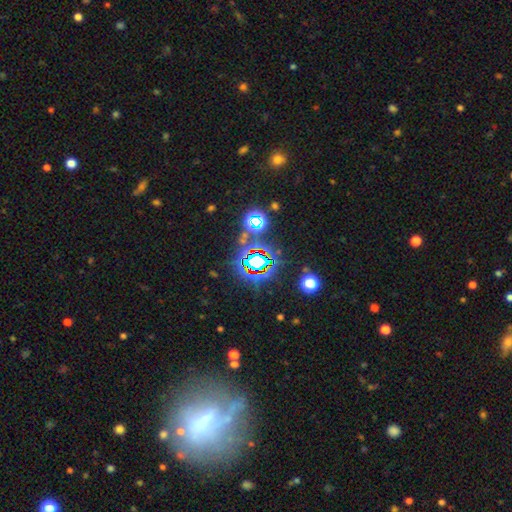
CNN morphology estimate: The model was most divided on "smooth or featured": star or artifact: 70%, smooth: 15%, featured or disk: 15%.